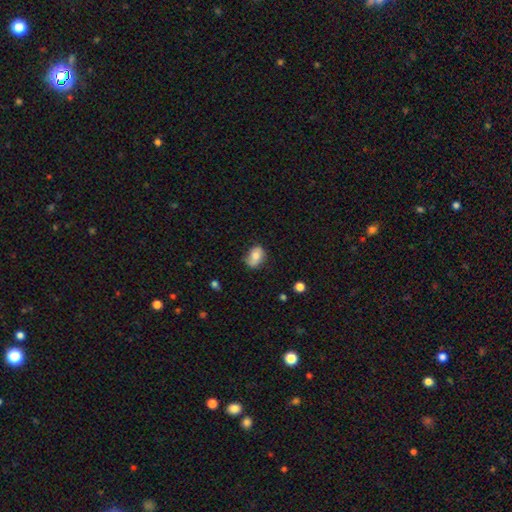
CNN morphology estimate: This is likely a smooth galaxy (69%). How rounded: likely in between (73%). Merging: possibly none (56%).